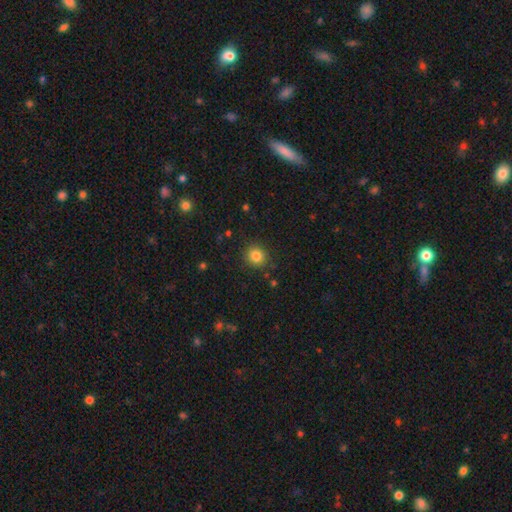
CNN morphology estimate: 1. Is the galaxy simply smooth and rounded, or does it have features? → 83% smooth, 12% star or artifact, 5% featured or disk.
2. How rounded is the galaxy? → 86% round, 13% in between, 1% cigar-shaped.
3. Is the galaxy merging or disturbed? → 89% none, 7% minor disturbance, 2% major disturbance, 1% merger.